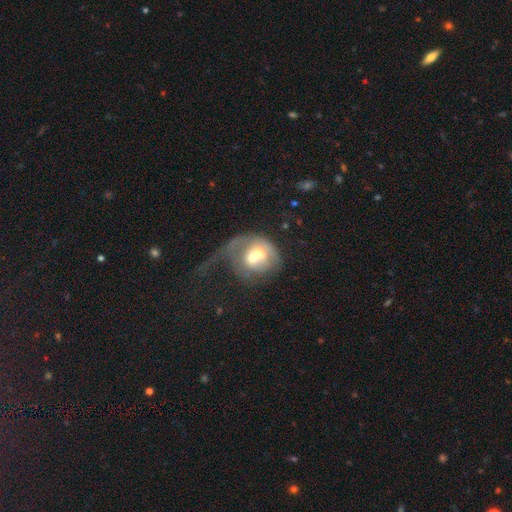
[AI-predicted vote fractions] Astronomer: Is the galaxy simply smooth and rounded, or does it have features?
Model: featured or disk — 51% (runner-up: smooth, 40%).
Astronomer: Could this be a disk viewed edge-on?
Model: no — 96%.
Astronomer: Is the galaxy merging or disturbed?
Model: major disturbance — 38%, tied with merger at 38%.